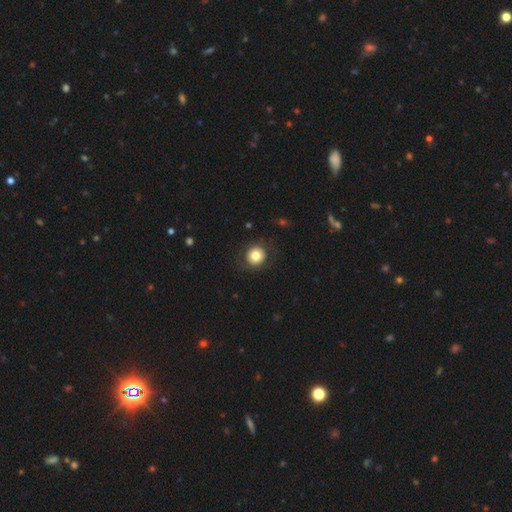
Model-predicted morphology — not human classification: This is likely a smooth galaxy (78%). How rounded: clearly round (91%). Merging: clearly none (84%).